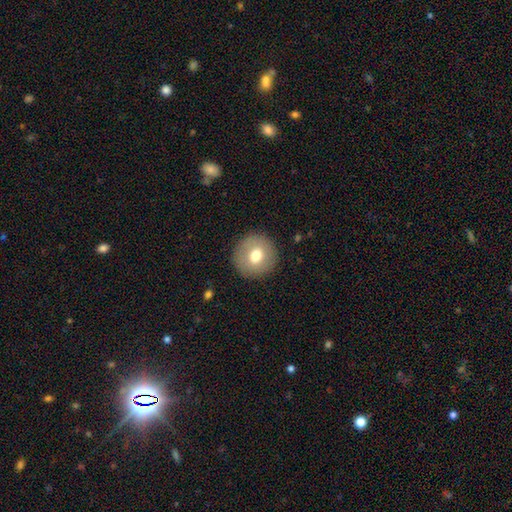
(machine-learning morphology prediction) Smooth or featured? smooth (71%)
How rounded? round (94%)
Merging? none (90%)